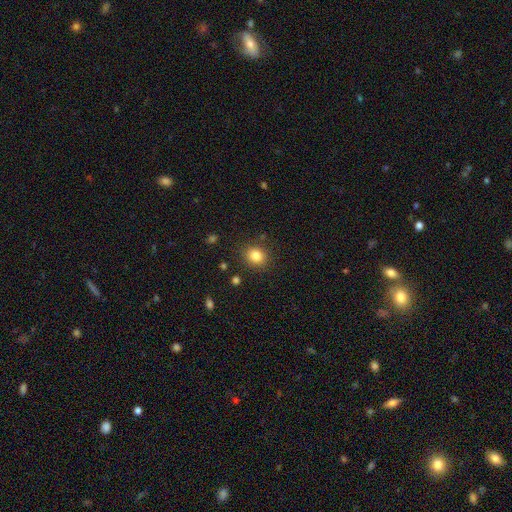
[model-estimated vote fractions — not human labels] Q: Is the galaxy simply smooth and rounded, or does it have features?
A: smooth — 83%.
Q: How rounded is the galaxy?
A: round — 73%.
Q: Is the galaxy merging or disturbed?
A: none — 86%.